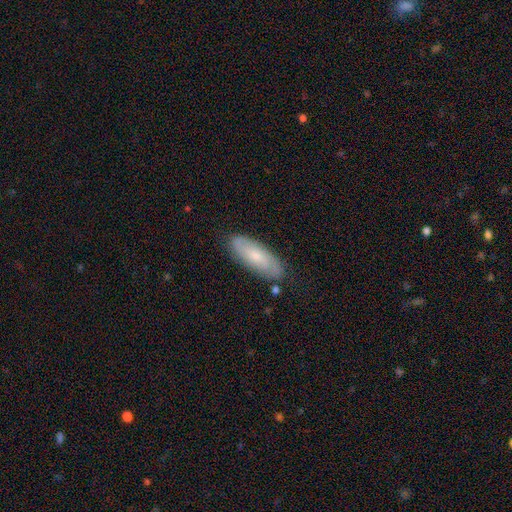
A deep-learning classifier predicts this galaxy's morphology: This is possibly a smooth galaxy (49%). Merging: clearly none (81%).